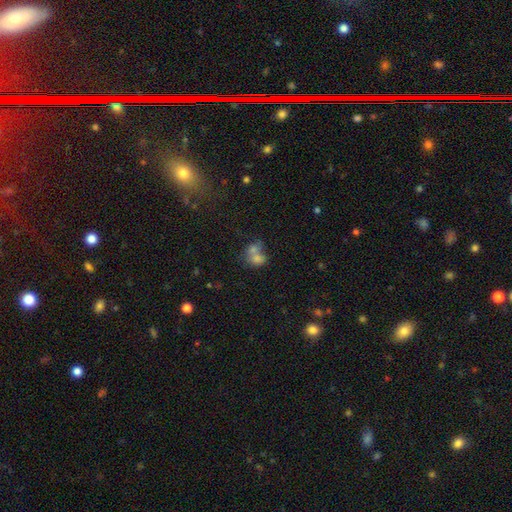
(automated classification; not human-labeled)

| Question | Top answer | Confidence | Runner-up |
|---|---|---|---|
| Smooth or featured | smooth | 72% | featured or disk (17%) |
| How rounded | round | 50% | in between (49%) |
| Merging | merger | 67% | none (22%) |